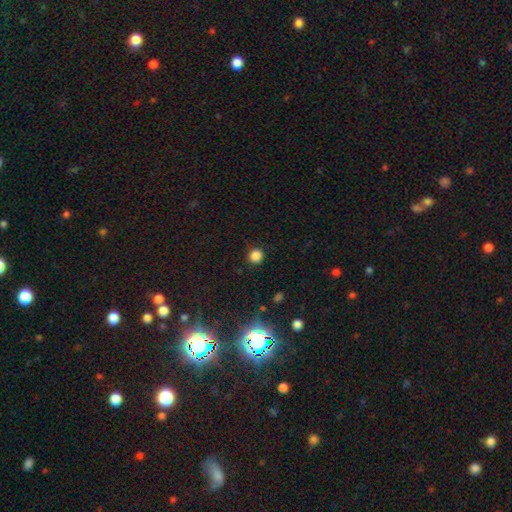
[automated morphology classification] The model was most divided on "smooth or featured": smooth: 81%, star or artifact: 15%, featured or disk: 3%. More confident: how rounded — round (92%); merging — none (89%).